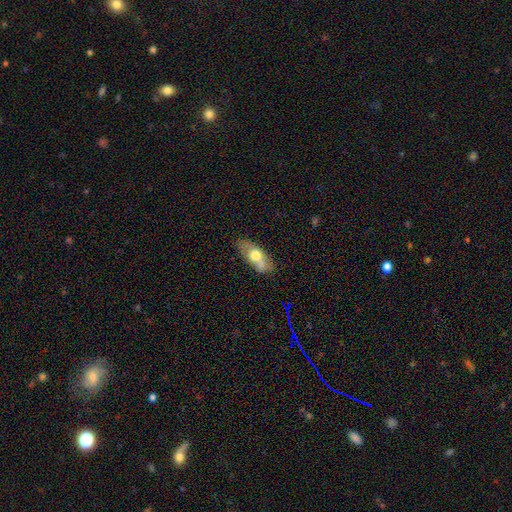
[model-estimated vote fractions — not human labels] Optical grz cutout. It shows a smooth galaxy with no disk features (53%) that is in between round and cigar-shaped (77%). Merging: none (63%).